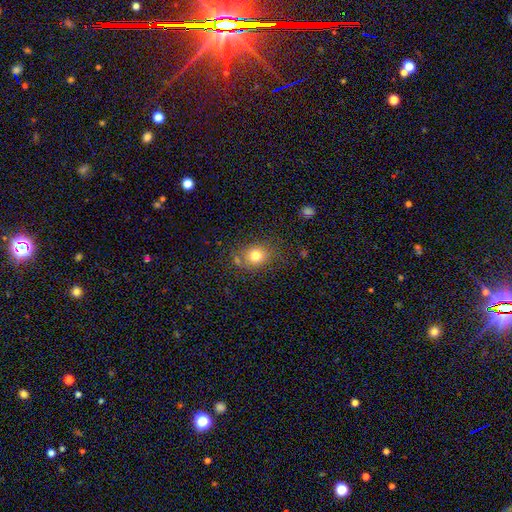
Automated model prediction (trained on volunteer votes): smooth_or_featured: smooth (p=0.78) [alt: star or artifact p=0.13]
how_rounded: round (p=0.71) [alt: in between p=0.28]
merging: none (p=0.75) [alt: minor disturbance p=0.15]